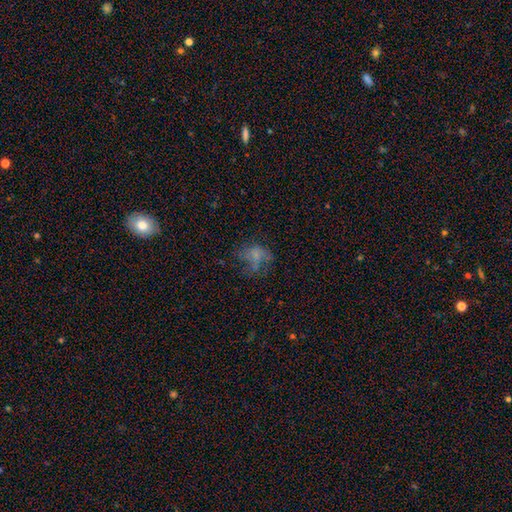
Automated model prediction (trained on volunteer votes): smooth 47%, featured or disk 33%, star or artifact 20%. Down the decision tree: merging — none (42%).